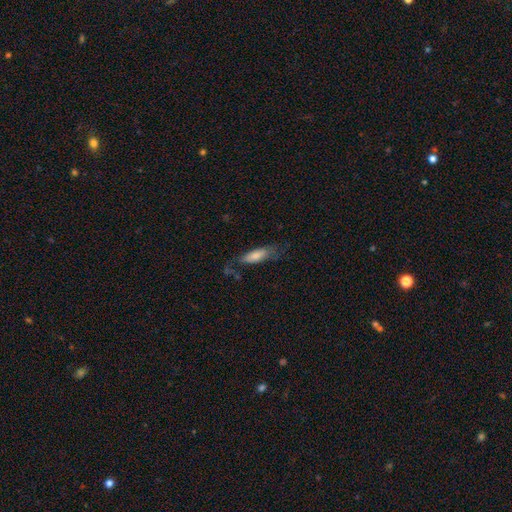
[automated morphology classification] Smooth or featured? Predicted: smooth (p=0.73). How rounded? Predicted: in between (p=0.60). Merging? Predicted: none (p=0.53).